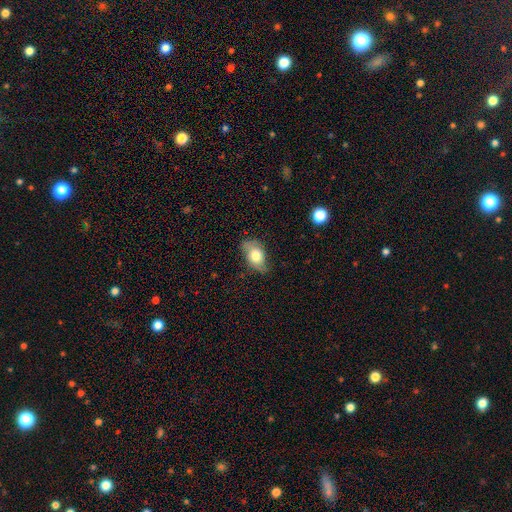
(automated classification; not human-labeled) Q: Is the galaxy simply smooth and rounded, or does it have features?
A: smooth — 69%.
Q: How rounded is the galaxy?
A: in between — 88%.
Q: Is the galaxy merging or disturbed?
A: none — 64%.